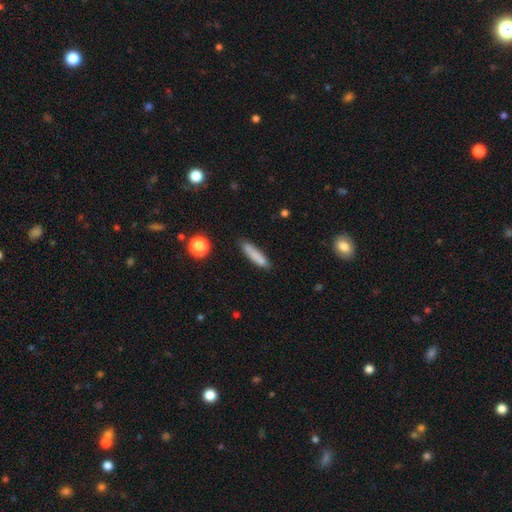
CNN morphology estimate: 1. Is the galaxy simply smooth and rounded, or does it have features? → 79% smooth, 12% featured or disk, 8% star or artifact.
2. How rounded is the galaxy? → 80% cigar-shaped, 18% in between, 2% round.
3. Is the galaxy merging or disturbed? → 76% none, 16% minor disturbance, 4% merger, 4% major disturbance.